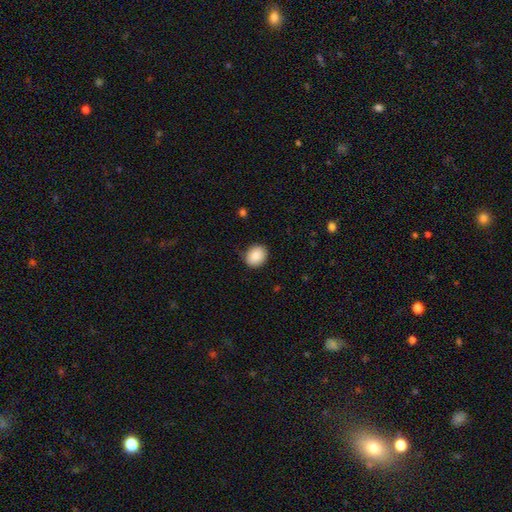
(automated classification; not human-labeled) Q: Smooth or featured?
A: smooth (88%); runner-up: star or artifact (8%)
Q: How rounded?
A: round (59%); runner-up: in between (40%)
Q: Merging?
A: none (85%); runner-up: minor disturbance (11%)